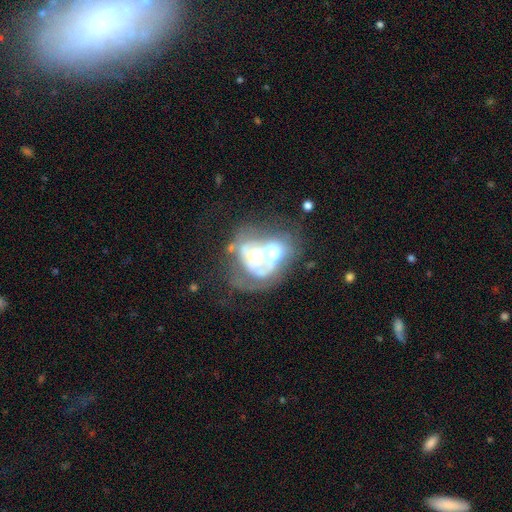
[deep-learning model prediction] Smooth or featured? Predicted: featured or disk (p=0.62). Edge-on disk? Predicted: no (p=0.96). Bar? Predicted: no (p=0.82). Spiral arms? Predicted: no (p=0.66). Bulge size? Predicted: moderate (p=0.58). Merging? Predicted: merger (p=0.63).